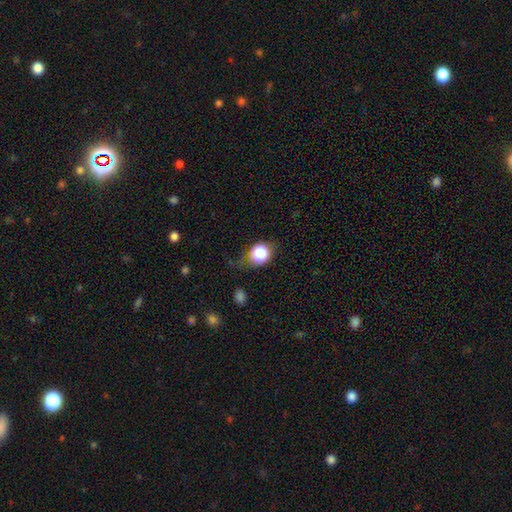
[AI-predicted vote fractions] This is likely a smooth galaxy (79%). How rounded: likely round (66%). Merging: possibly none (53%).